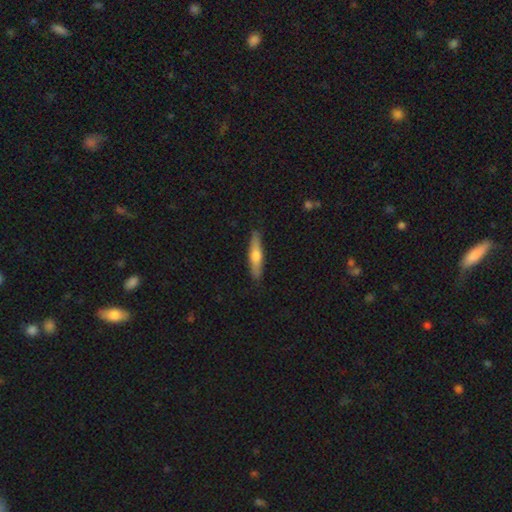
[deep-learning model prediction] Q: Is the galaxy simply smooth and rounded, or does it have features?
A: smooth — 54%.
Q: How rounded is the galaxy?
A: cigar-shaped — 82%.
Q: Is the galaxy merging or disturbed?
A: none — 88%.